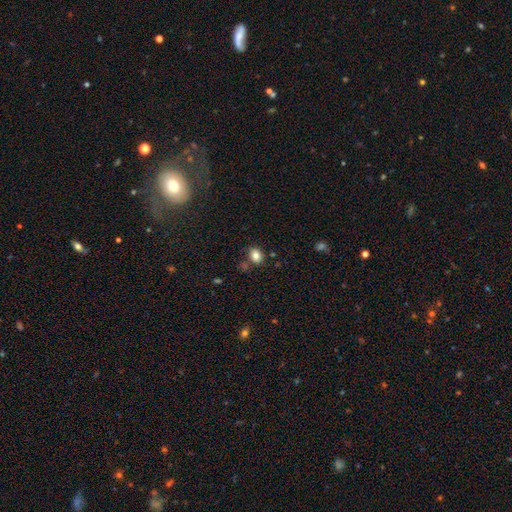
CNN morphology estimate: smooth 82%, star or artifact 11%, featured or disk 8%. Down the decision tree: how rounded — in between (59%); merging — none (73%).